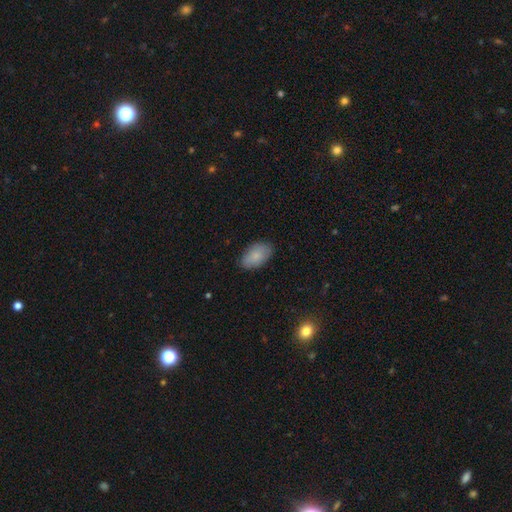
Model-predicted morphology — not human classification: smooth-or-featured: smooth: 83% | featured or disk: 10% | star or artifact: 6%
  how-rounded: in between: 93% | round: 5% | cigar-shaped: 2%
  merging: none: 85% | minor disturbance: 12% | major disturbance: 2% | merger: 1%